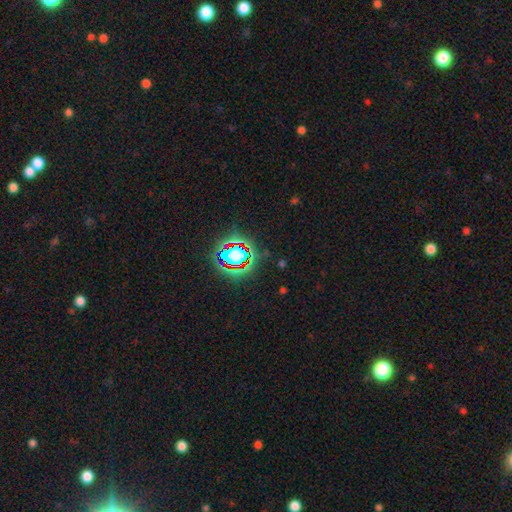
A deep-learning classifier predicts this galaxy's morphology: type=star or artifact (78%).